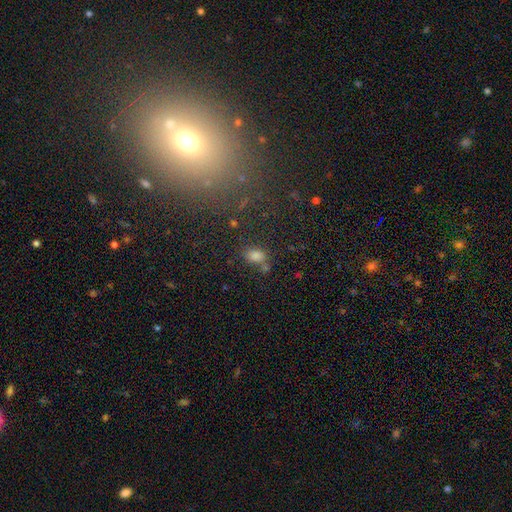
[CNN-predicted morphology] Smooth or featured? smooth (73%)
How rounded? in between (76%)
Merging? none (60%)